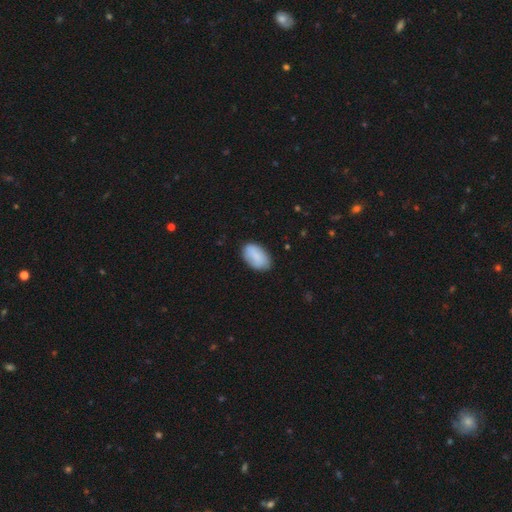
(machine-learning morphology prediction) type=smooth (85%); roundness=in between (93%); merging=none (79%).